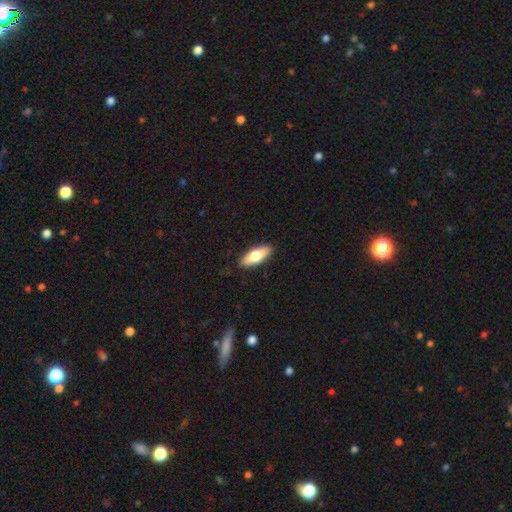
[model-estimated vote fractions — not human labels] Morphology: type=smooth (68%); roundness=in between (73%); merging=none (88%).